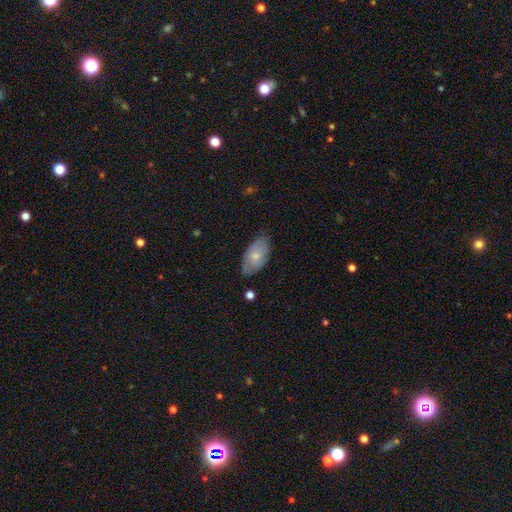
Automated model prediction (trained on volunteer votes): Smooth or featured?
  - smooth: 67% *
  - featured or disk: 27%
  - star or artifact: 6%
How rounded?
  - in between: 93% *
  - cigar-shaped: 3%
  - round: 3%
Merging?
  - none: 74% *
  - minor disturbance: 21%
  - major disturbance: 4%
  - merger: 2%